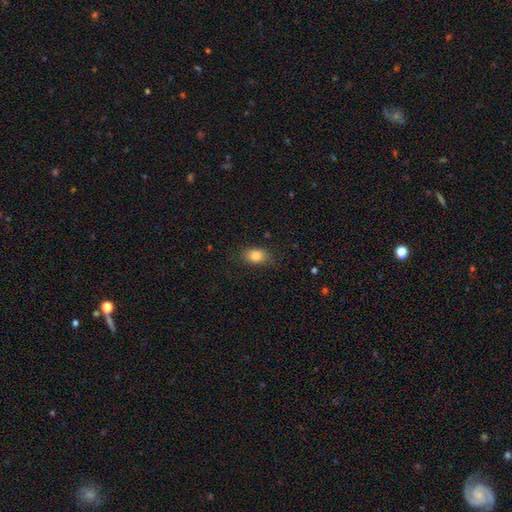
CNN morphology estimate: A smooth galaxy with no disk features (83%) that is in between round and cigar-shaped (78%). Merging: none (76%).